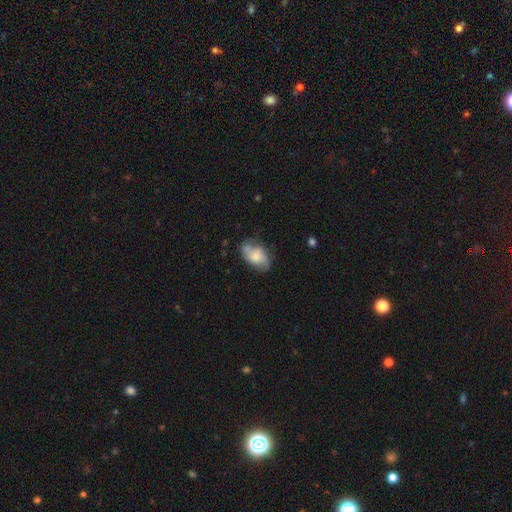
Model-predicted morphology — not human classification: Smooth or featured: smooth — 61% (featured or disk — 32%)
How rounded: in between — 88% (round — 10%)
Merging: none — 51% (minor disturbance — 28%)